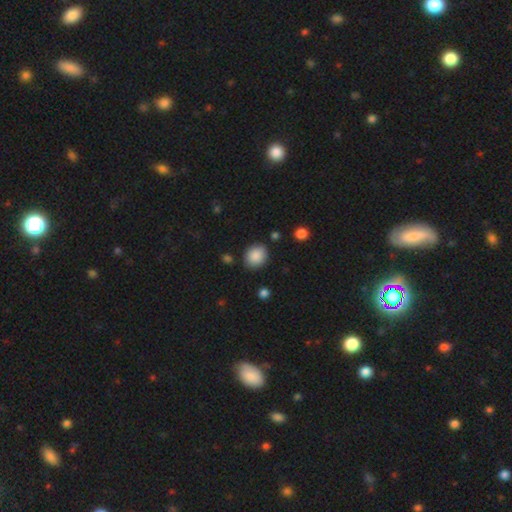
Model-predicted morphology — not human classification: Smooth or featured: smooth — 88% (star or artifact — 8%)
How rounded: round — 58% (in between — 41%)
Merging: none — 84% (minor disturbance — 11%)